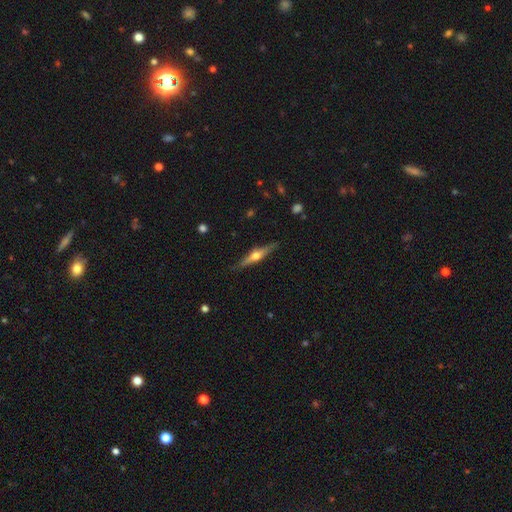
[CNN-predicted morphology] A featured or disk galaxy (70%) viewed edge-on (97%) with a rounded central bulge (92%). Merging: none (88%).